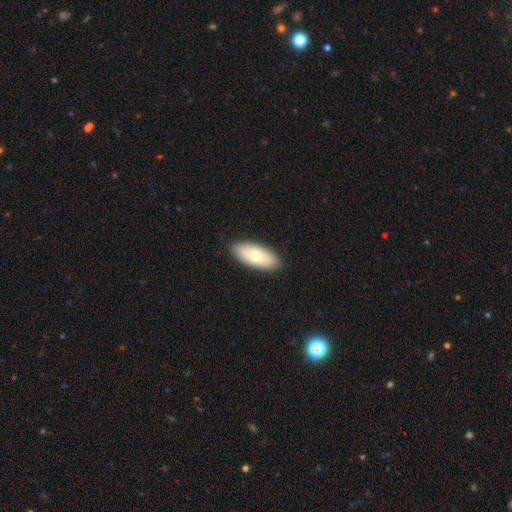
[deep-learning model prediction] Smooth or featured: smooth — 71% (featured or disk — 23%)
How rounded: in between — 86% (cigar-shaped — 12%)
Merging: none — 89% (minor disturbance — 8%)